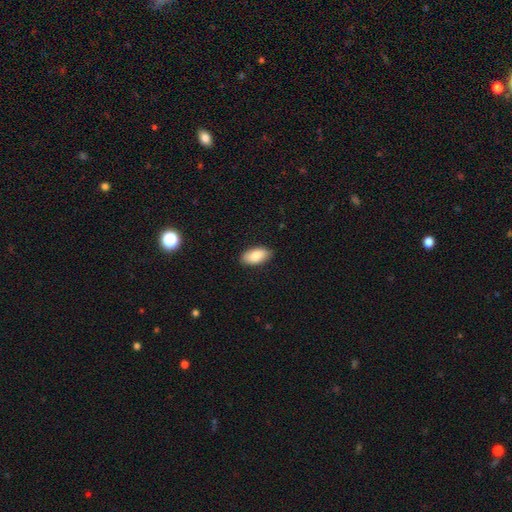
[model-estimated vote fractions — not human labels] Smooth or featured? Predicted: smooth (p=0.83). How rounded? Predicted: in between (p=0.94). Merging? Predicted: none (p=0.87).